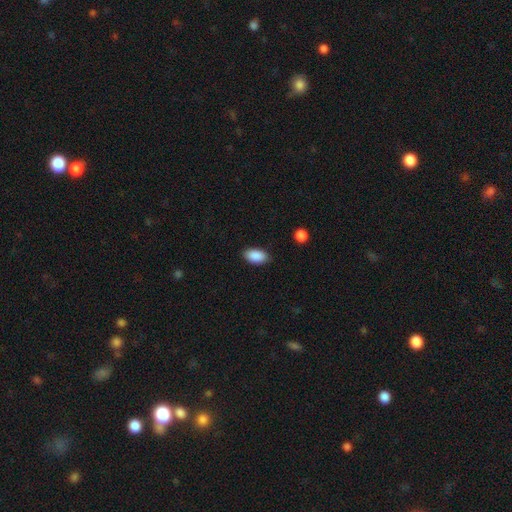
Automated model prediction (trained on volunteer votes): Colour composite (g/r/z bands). It shows a smooth galaxy with no disk features (90%) that is in between round and cigar-shaped (94%). Merging: none (87%).